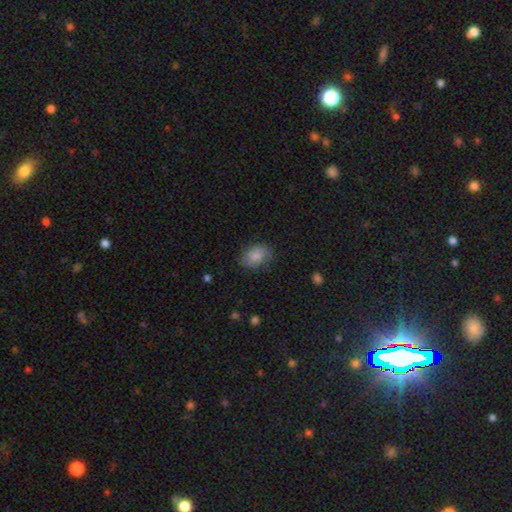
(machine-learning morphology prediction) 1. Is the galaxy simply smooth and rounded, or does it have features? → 82% smooth, 11% featured or disk, 7% star or artifact.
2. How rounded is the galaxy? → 74% in between, 25% round, 1% cigar-shaped.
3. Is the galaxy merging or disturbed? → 76% none, 18% minor disturbance, 5% major disturbance, 1% merger.